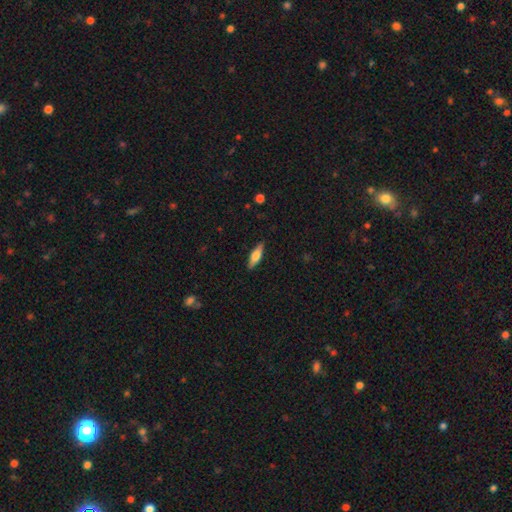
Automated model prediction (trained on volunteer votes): Smooth or featured? Predicted: smooth (p=0.54). How rounded? Predicted: cigar-shaped (p=0.51). Merging? Predicted: none (p=0.87).